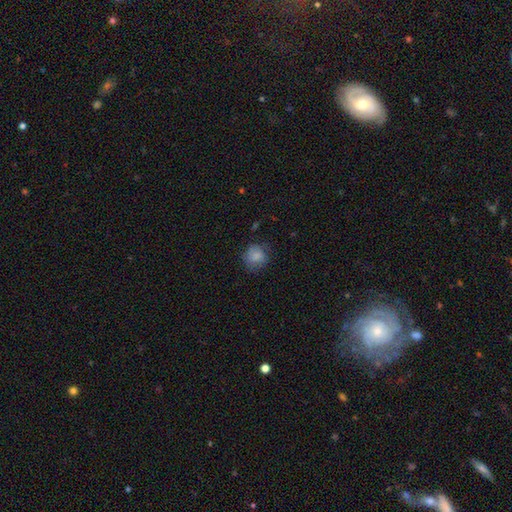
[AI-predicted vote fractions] Smooth or featured: smooth — 81% (star or artifact — 9%)
How rounded: round — 78% (in between — 21%)
Merging: none — 67% (minor disturbance — 23%)